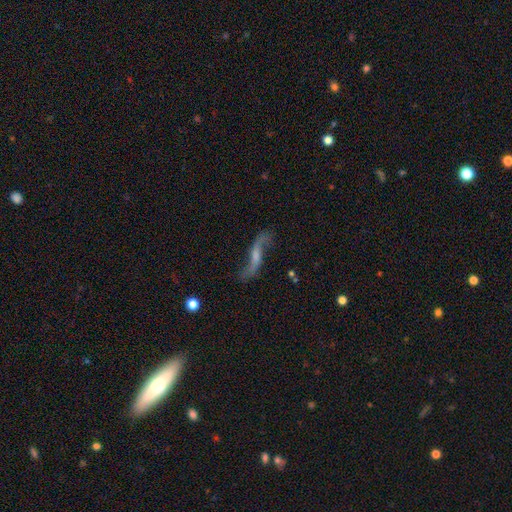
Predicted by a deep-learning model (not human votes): Overall: featured or disk (83%). Edge-on disk: no (82%). Bar: no (41%; weak 40%). Spiral arms: yes (94%). Spiral arm count: 2 (93%). Spiral winding: loose (93%). Bulge size: small (43%; moderate 27%). Merging: none (73%).